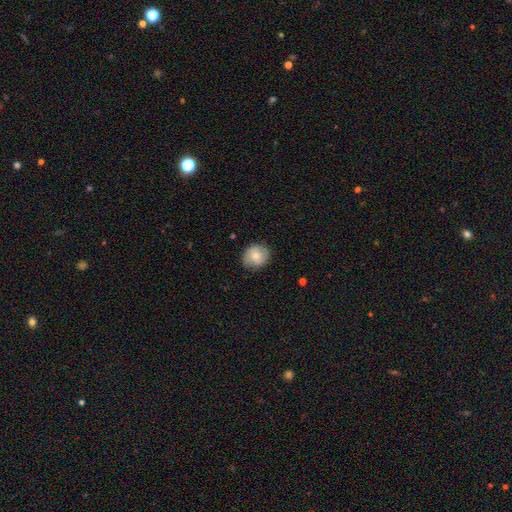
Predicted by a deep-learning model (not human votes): The model was most divided on "smooth or featured": smooth: 71%, featured or disk: 21%, star or artifact: 8%. More confident: merging — none (80%); how rounded — round (75%).